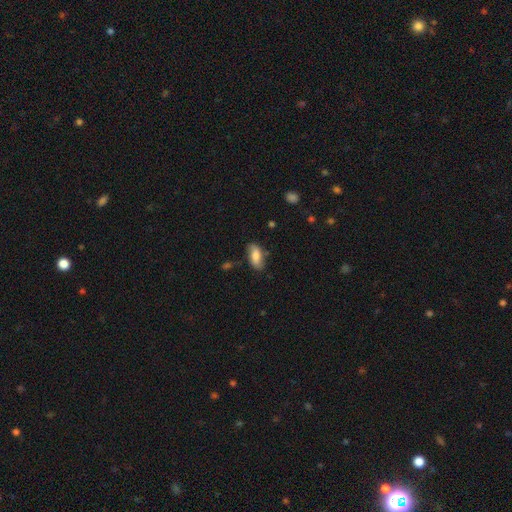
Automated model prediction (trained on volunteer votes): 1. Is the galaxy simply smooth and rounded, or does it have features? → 74% smooth, 19% featured or disk, 7% star or artifact.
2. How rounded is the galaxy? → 88% in between, 9% cigar-shaped, 3% round.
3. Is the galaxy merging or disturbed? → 74% none, 19% minor disturbance, 4% major disturbance, 2% merger.